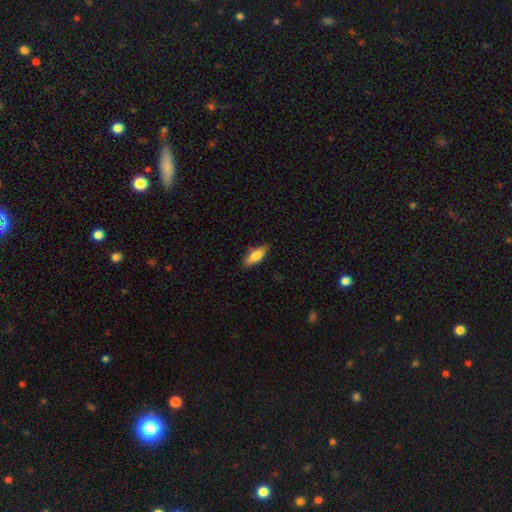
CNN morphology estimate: This is likely a smooth galaxy (71%). How rounded: likely in between (70%). Merging: clearly none (80%).